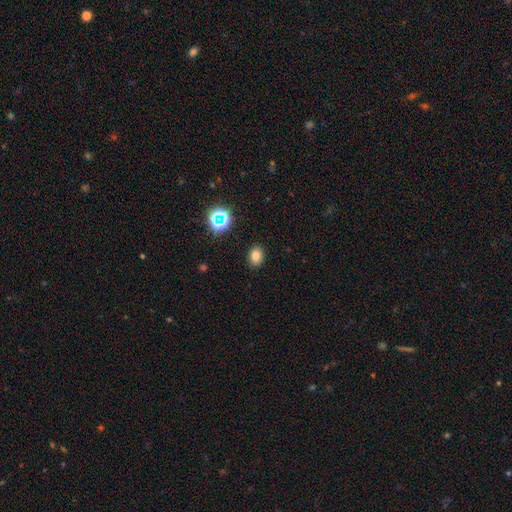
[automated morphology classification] type=smooth (78%); roundness=in between (68%); merging=none (89%).